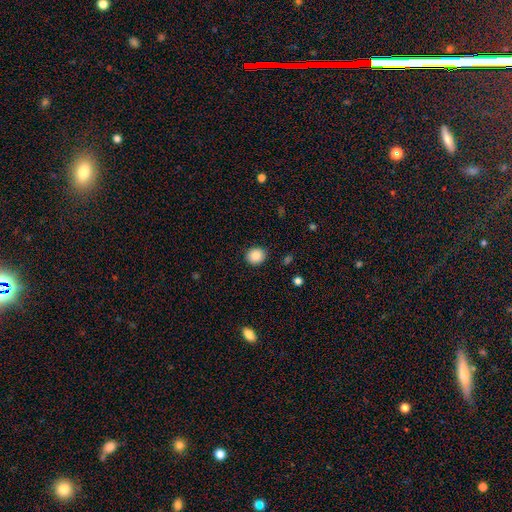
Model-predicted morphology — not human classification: smooth-or-featured: smooth: 86% | star or artifact: 9% | featured or disk: 5%
  how-rounded: round: 77% | in between: 22% | cigar-shaped: 1%
  merging: none: 90% | minor disturbance: 7% | major disturbance: 2% | merger: 1%